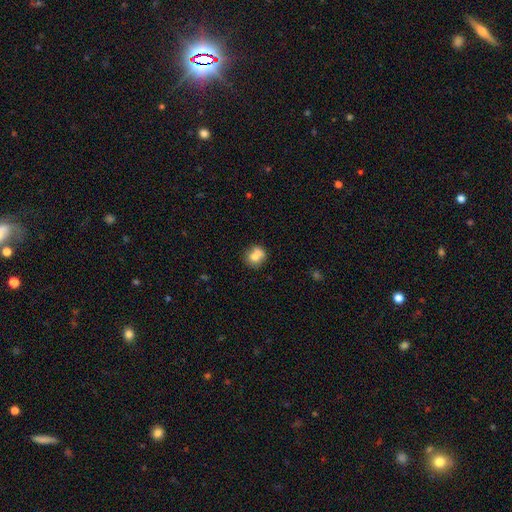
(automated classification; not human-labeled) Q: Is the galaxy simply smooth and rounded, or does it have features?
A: smooth — 72%.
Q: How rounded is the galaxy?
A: round — 78%.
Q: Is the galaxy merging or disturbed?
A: none — 49%.